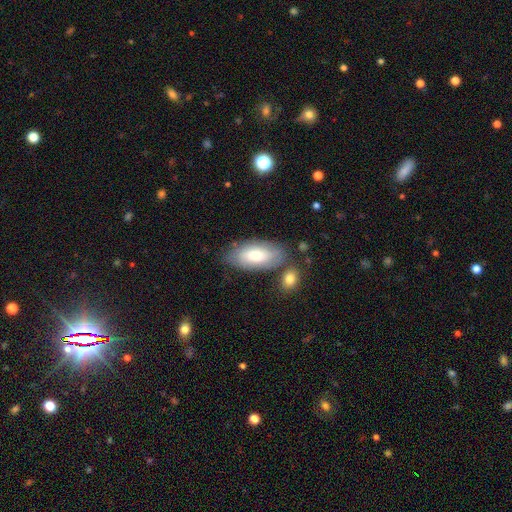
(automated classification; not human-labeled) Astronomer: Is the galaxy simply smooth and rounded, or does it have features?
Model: smooth — 67%.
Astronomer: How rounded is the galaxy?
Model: in between — 91%.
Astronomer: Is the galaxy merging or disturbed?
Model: none — 71%.